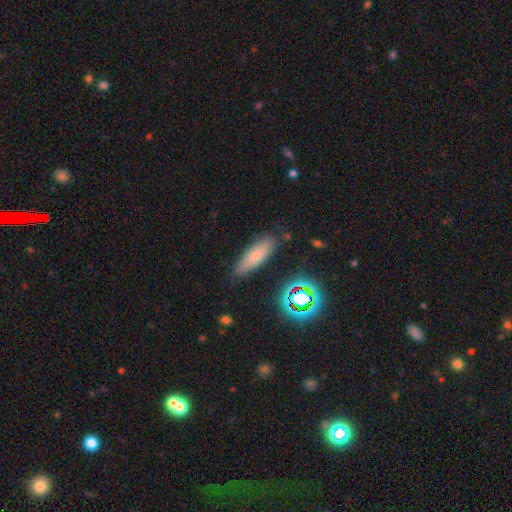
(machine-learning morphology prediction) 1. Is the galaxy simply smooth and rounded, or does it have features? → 70% smooth, 17% featured or disk, 13% star or artifact.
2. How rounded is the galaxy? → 50% cigar-shaped, 46% in between, 3% round.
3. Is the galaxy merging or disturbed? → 80% none, 15% minor disturbance, 3% major disturbance, 2% merger.